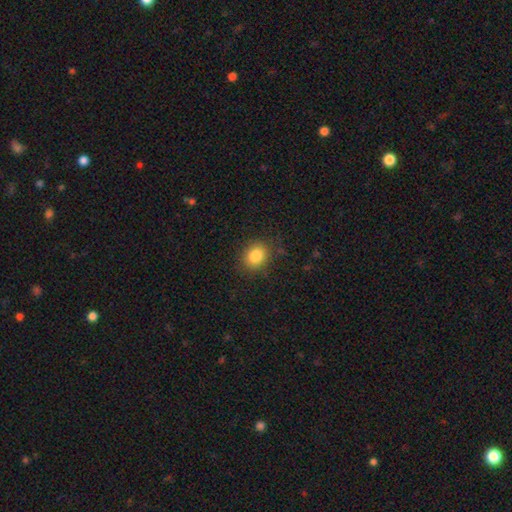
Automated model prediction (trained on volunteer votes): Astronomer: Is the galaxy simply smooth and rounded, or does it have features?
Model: smooth — 84%.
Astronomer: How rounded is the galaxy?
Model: round — 61% (runner-up: in between, 38%).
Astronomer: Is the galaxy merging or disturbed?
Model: none — 85%.